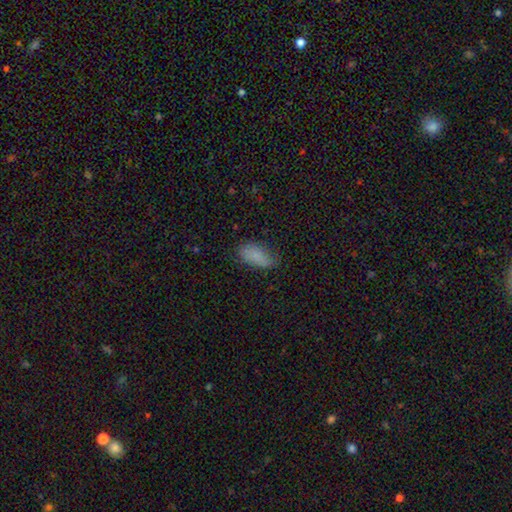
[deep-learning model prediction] Smooth or featured?
  - smooth: 84% *
  - star or artifact: 8%
  - featured or disk: 8%
How rounded?
  - in between: 88% *
  - cigar-shaped: 9%
  - round: 3%
Merging?
  - none: 67% *
  - minor disturbance: 25%
  - major disturbance: 6%
  - merger: 2%